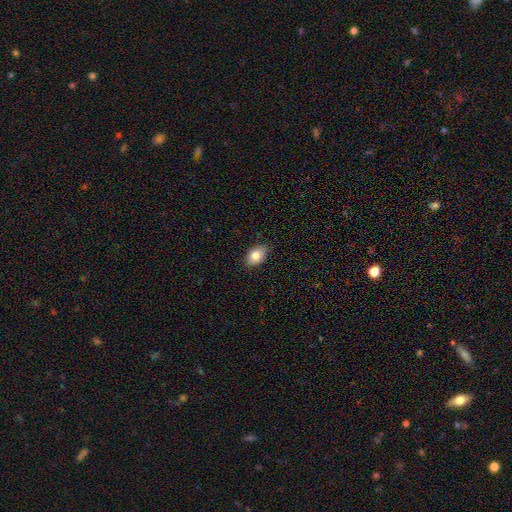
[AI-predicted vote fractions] The model was most divided on "smooth or featured": smooth: 80%, featured or disk: 12%, star or artifact: 8%. More confident: how rounded — in between (87%); merging — none (87%).